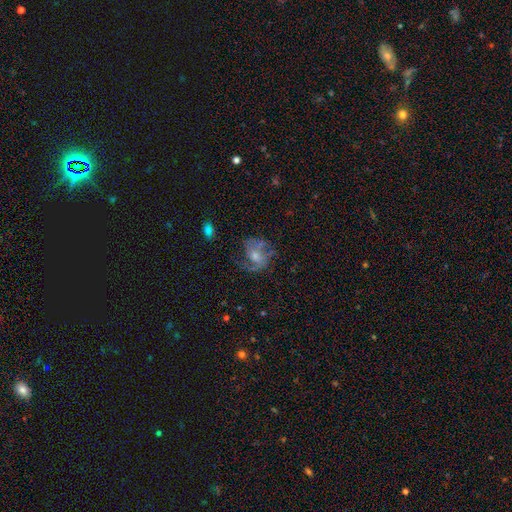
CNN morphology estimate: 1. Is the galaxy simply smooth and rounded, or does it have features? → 70% featured or disk, 17% smooth, 13% star or artifact.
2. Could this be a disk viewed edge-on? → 97% no, 3% yes.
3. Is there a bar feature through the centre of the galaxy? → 57% no, 34% weak, 9% strong.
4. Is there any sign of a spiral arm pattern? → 86% yes, 14% no.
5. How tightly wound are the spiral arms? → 49% medium, 29% loose, 21% tight.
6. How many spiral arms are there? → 60% 2, 17% can't tell, 9% 3, 8% 1, 3% 4, 3% more than 4.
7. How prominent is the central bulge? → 54% moderate, 32% small, 7% large, 5% none, 1% dominant.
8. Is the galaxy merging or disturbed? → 62% none, 18% minor disturbance, 17% major disturbance, 2% merger.